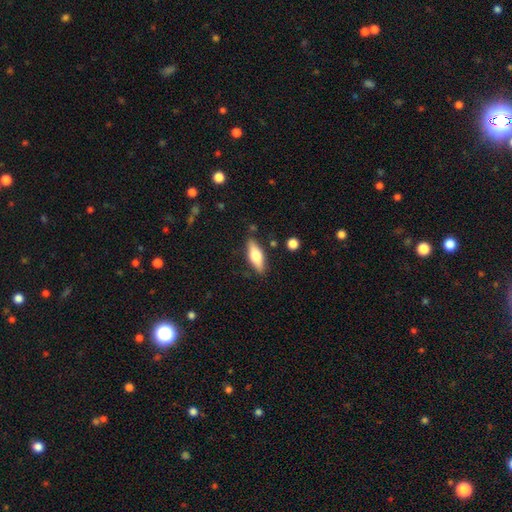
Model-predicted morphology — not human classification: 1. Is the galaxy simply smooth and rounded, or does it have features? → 55% smooth, 38% featured or disk, 6% star or artifact.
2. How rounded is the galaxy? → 58% in between, 39% cigar-shaped, 3% round.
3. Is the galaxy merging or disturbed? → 85% none, 11% minor disturbance, 2% major disturbance, 2% merger.